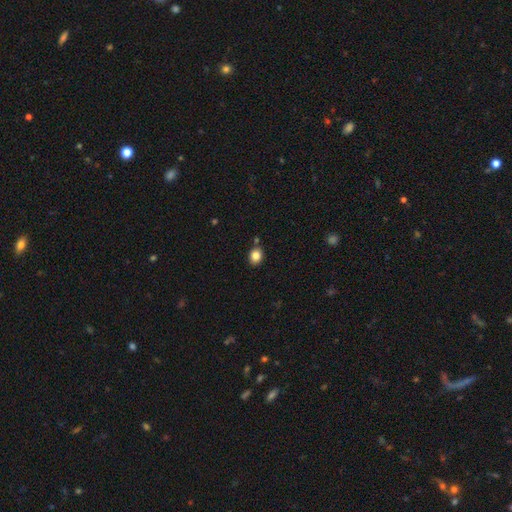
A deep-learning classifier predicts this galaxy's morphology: type=smooth (84%); roundness=round (56%); merging=none (82%).